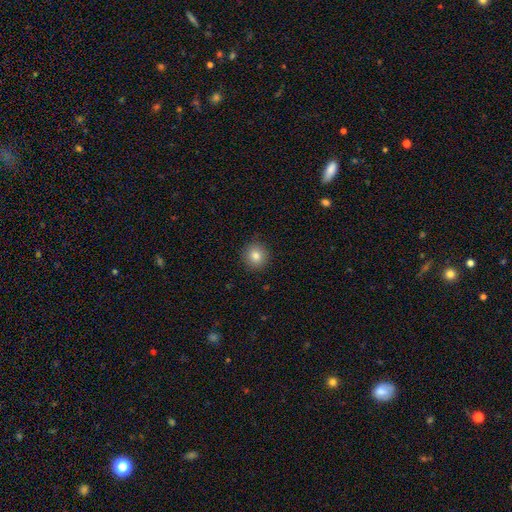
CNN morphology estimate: The model was most divided on "smooth or featured": smooth: 82%, star or artifact: 11%, featured or disk: 7%. More confident: how rounded — round (92%); merging — none (91%).